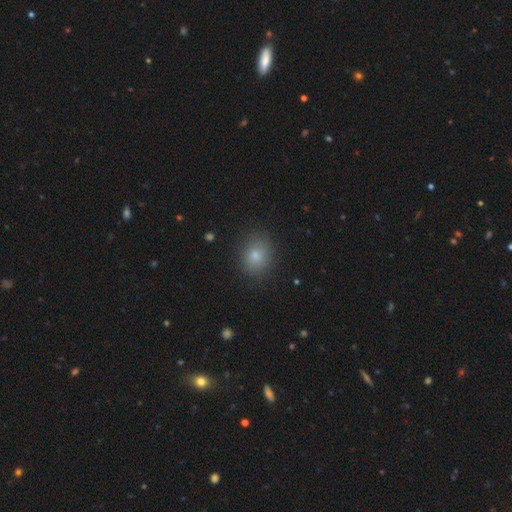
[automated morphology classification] A smooth galaxy with no disk features (79%) that is in between round and cigar-shaped (50%). Merging: none (85%).